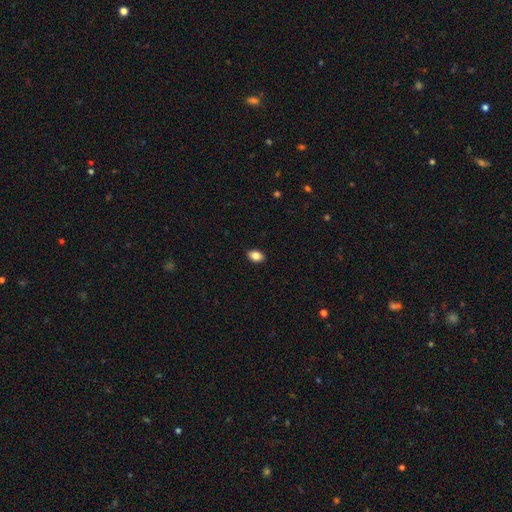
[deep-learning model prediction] This is clearly a smooth galaxy (84%). How rounded: clearly in between (83%). Merging: clearly none (90%).